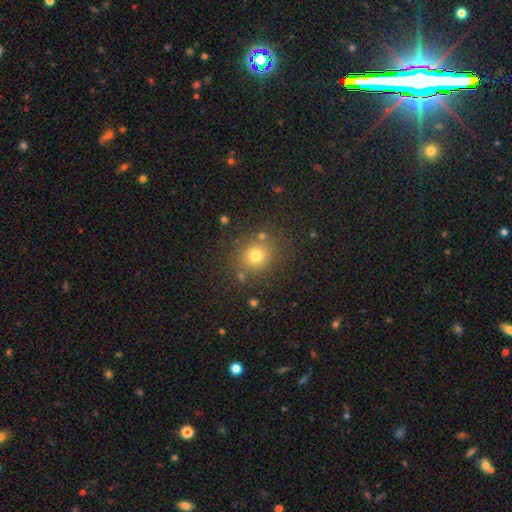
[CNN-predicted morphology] Smooth or featured: smooth — 74% (star or artifact — 18%)
How rounded: round — 81% (in between — 18%)
Merging: none — 81% (minor disturbance — 9%)